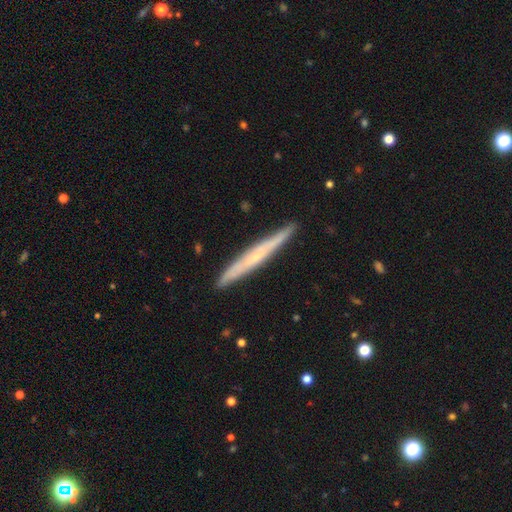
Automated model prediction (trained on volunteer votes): Smooth or featured: featured or disk — 53% (smooth — 40%)
Edge-on disk: yes — 96% (no — 4%)
Edge-on bulge: none — 67% (rounded — 28%)
Merging: none — 91% (minor disturbance — 7%)